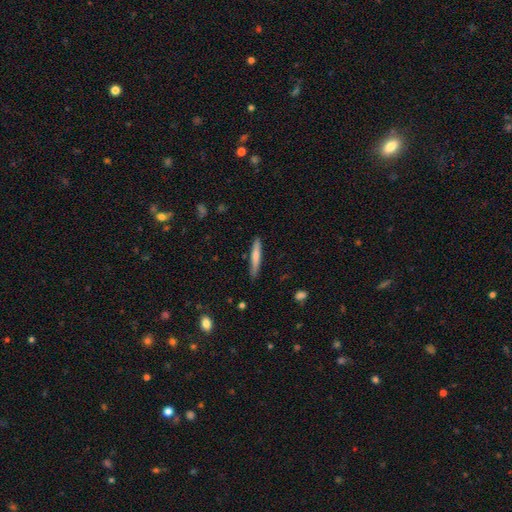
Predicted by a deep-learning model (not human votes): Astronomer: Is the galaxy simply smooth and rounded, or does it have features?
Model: smooth — 68%.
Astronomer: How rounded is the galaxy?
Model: cigar-shaped — 94%.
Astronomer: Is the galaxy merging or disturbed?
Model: none — 86%.